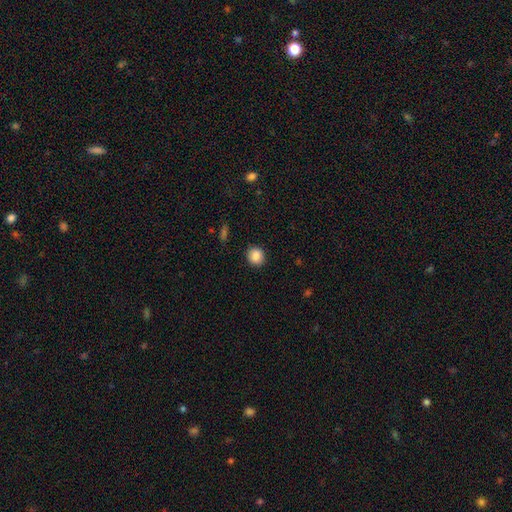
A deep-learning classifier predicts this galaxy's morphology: smooth 85%, star or artifact 9%, featured or disk 6%. Down the decision tree: how rounded — round (87%); merging — none (91%).